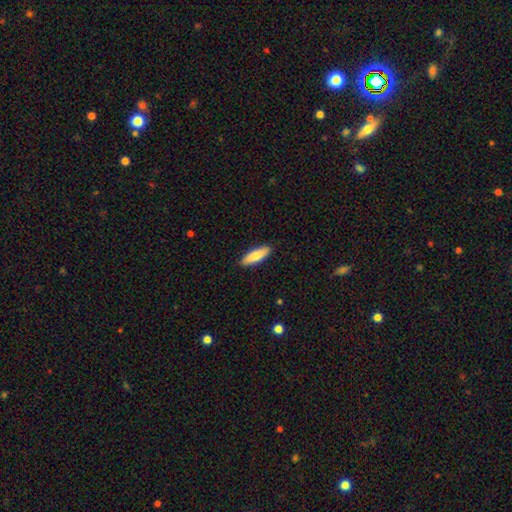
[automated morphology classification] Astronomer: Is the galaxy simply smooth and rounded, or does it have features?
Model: smooth — 81%.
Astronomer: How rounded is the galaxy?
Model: cigar-shaped — 53% (runner-up: in between, 45%).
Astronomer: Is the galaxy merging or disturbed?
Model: none — 90%.